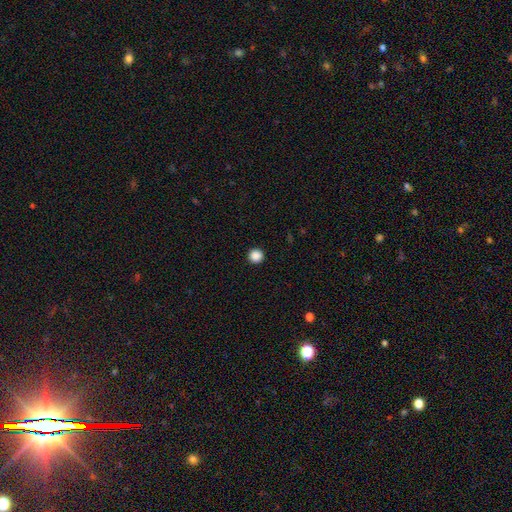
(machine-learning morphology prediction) A smooth galaxy with no disk features (88%) that is round (96%). Merging: none (94%).